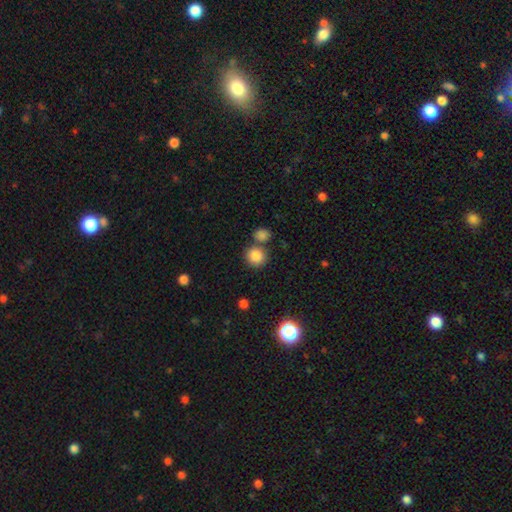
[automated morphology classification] Smooth or featured? Predicted: smooth (p=0.85). How rounded? Predicted: round (p=0.88). Merging? Predicted: none (p=0.69).